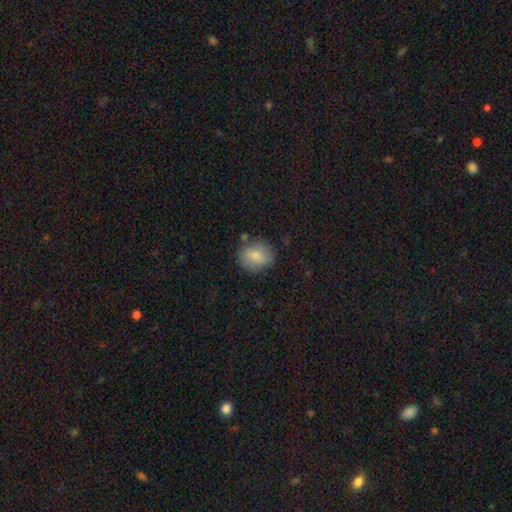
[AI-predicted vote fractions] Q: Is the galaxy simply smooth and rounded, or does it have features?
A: smooth — 80%.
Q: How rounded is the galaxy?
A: round — 54%.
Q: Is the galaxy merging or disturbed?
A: none — 73%.